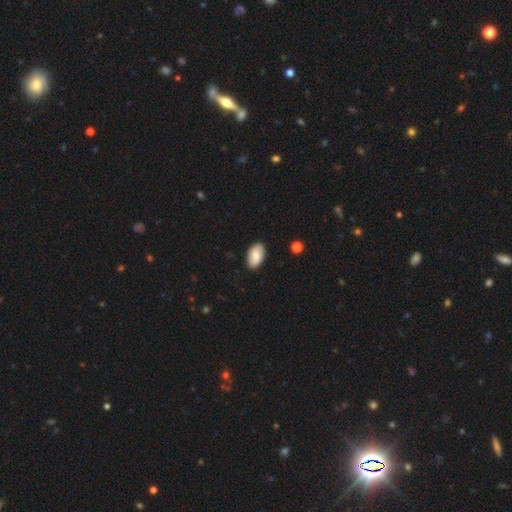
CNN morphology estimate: Smooth or featured?
  - smooth: 76% *
  - featured or disk: 18%
  - star or artifact: 6%
How rounded?
  - in between: 94% *
  - round: 4%
  - cigar-shaped: 2%
Merging?
  - none: 88% *
  - minor disturbance: 10%
  - major disturbance: 2%
  - merger: 1%